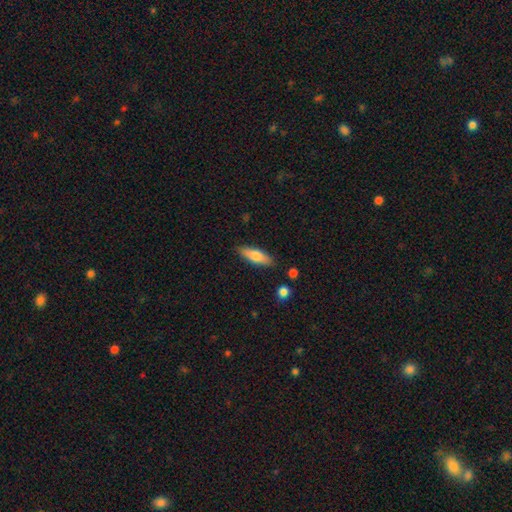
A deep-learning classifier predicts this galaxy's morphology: Smooth or featured: smooth — 71% (featured or disk — 23%)
How rounded: in between — 56% (cigar-shaped — 42%)
Merging: none — 86% (minor disturbance — 10%)